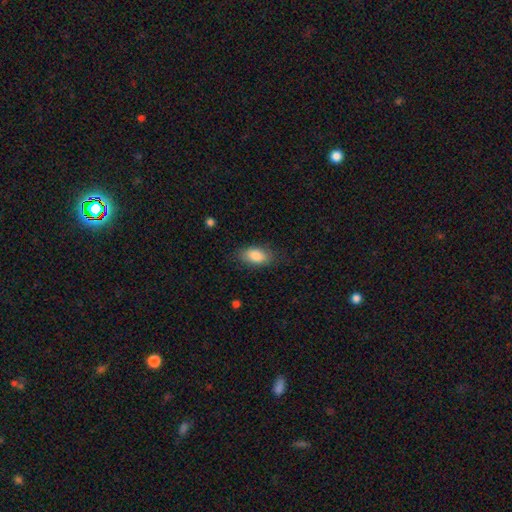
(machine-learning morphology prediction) A smooth galaxy with no disk features (84%) that is in between round and cigar-shaped (91%). Merging: none (80%).